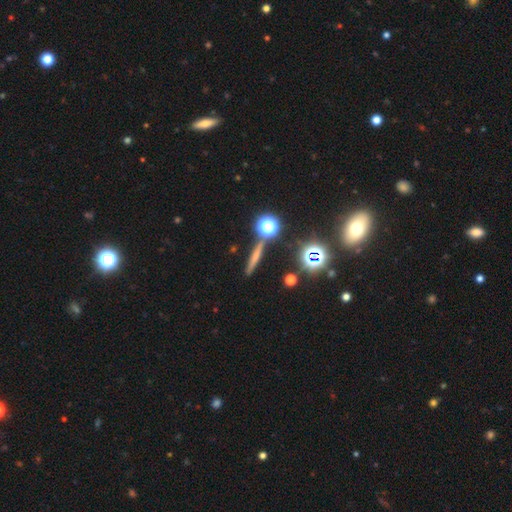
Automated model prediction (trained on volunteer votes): Smooth or featured: smooth — 49% (featured or disk — 31%)
Merging: none — 84% (minor disturbance — 8%)